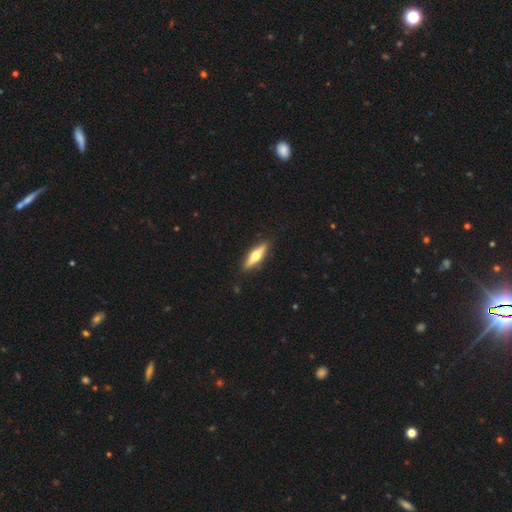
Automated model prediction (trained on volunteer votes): Smooth or featured?
  - featured or disk: 57% *
  - smooth: 37%
  - star or artifact: 5%
Edge-on disk?
  - yes: 95% *
  - no: 5%
Edge-on bulge?
  - rounded: 95% *
  - boxy: 3%
  - none: 2%
Merging?
  - none: 90% *
  - minor disturbance: 7%
  - major disturbance: 2%
  - merger: 1%